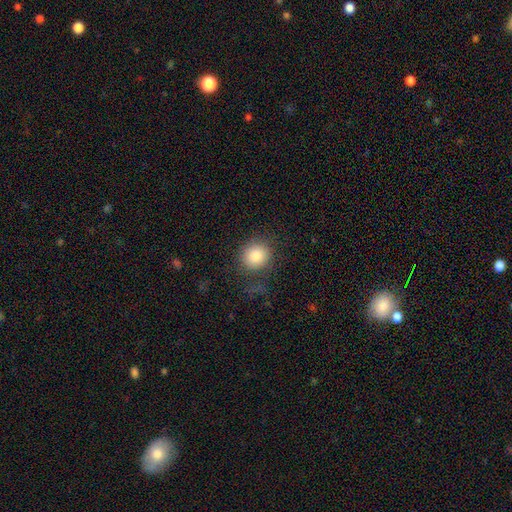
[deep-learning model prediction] smooth_or_featured: smooth (p=0.85) [alt: star or artifact p=0.09]
how_rounded: round (p=0.85) [alt: in between p=0.14]
merging: none (p=0.77) [alt: minor disturbance p=0.14]